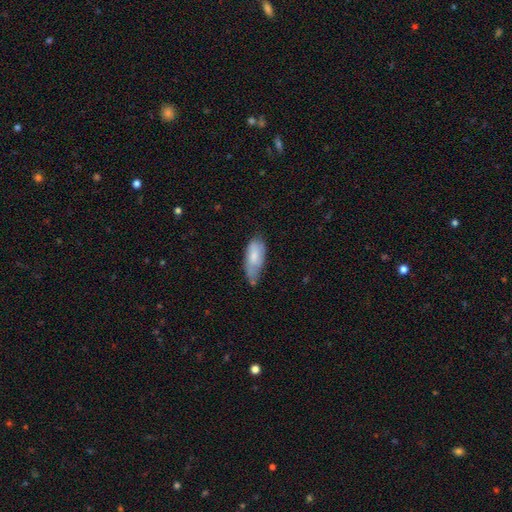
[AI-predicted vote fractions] Q: Smooth or featured?
A: smooth (67%); runner-up: featured or disk (25%)
Q: How rounded?
A: in between (78%); runner-up: cigar-shaped (20%)
Q: Merging?
A: none (45%); runner-up: minor disturbance (41%)